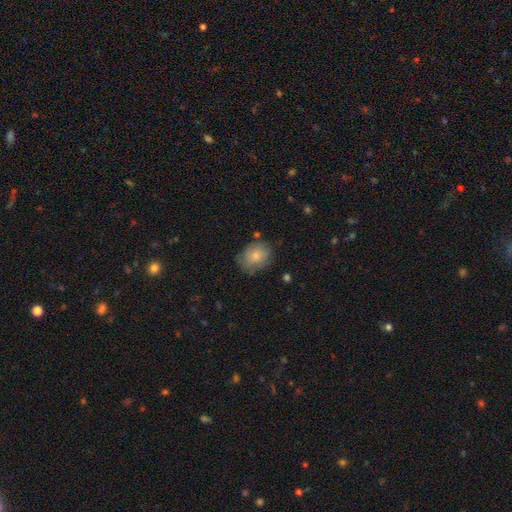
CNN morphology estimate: Q: Smooth or featured?
A: smooth (78%); runner-up: featured or disk (15%)
Q: How rounded?
A: round (50%); runner-up: in between (49%)
Q: Merging?
A: none (67%); runner-up: minor disturbance (24%)